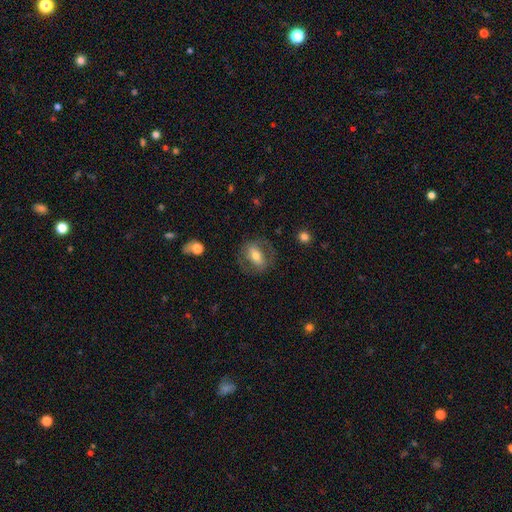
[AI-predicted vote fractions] This appears to be a smooth galaxy with no disk features (48%). Merging: none (71%).